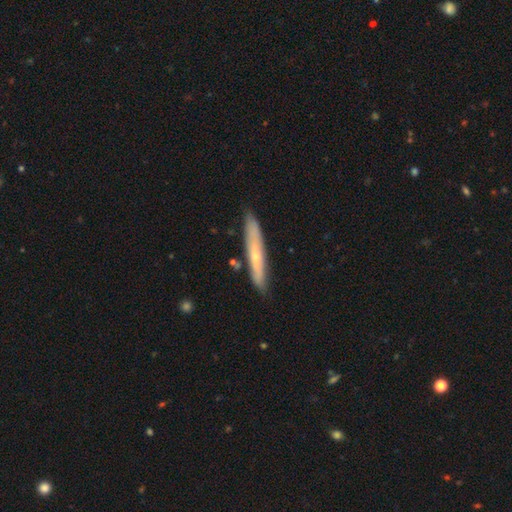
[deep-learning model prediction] This is possibly a featured or disk galaxy (48%). Merging: clearly none (84%).